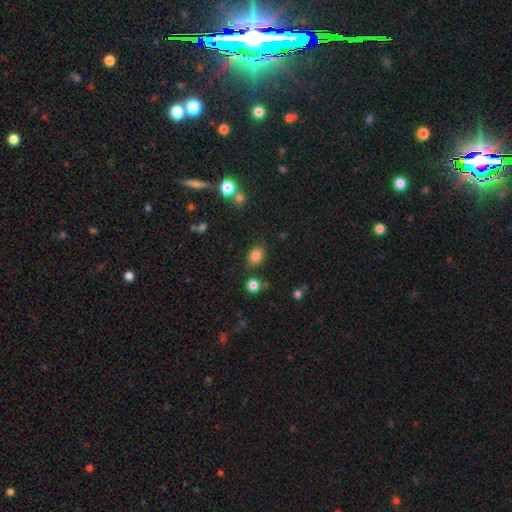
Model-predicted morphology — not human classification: smooth_or_featured: smooth (p=0.82) [alt: star or artifact p=0.12]
how_rounded: in between (p=0.54) [alt: round p=0.45]
merging: none (p=0.80) [alt: minor disturbance p=0.12]